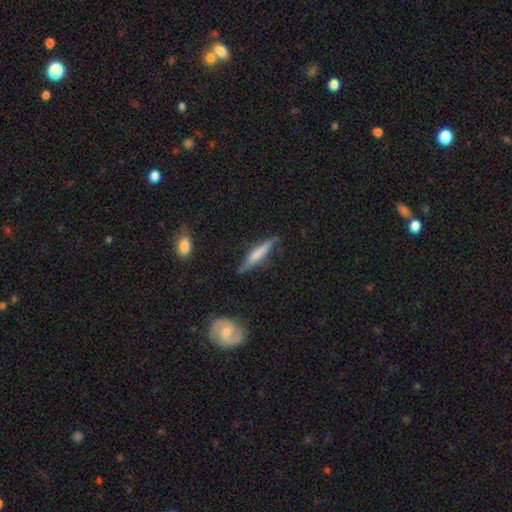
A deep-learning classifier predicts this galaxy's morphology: Smooth or featured: smooth — 52% (featured or disk — 42%)
How rounded: cigar-shaped — 90% (in between — 8%)
Merging: none — 78% (minor disturbance — 16%)